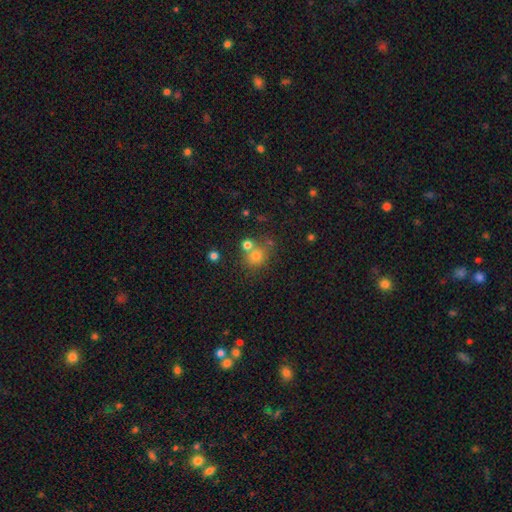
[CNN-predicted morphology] Smooth or featured: smooth — 72% (star or artifact — 18%)
How rounded: round — 82% (in between — 17%)
Merging: none — 60% (merger — 26%)